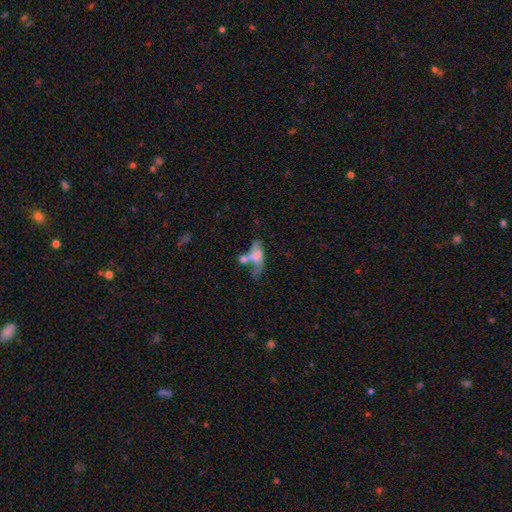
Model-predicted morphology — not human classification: type=smooth (45%); merging=merger (42%).